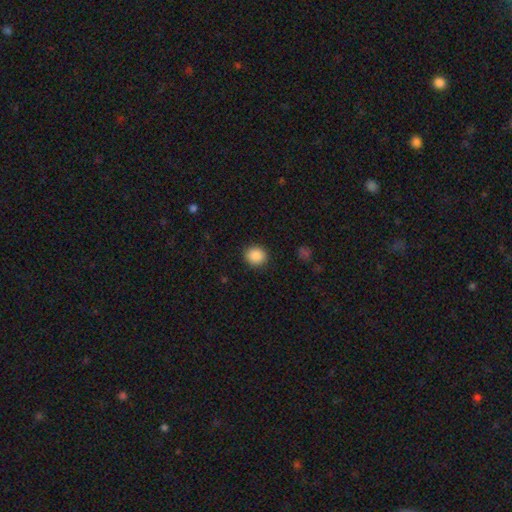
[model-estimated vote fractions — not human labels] A smooth galaxy with no disk features (88%) that is round (86%).

Vote fractions:
- Smooth or featured? smooth: 88% / star or artifact: 9% / featured or disk: 3%
- How rounded? round: 86% / in between: 13% / cigar-shaped: 1%
- Merging? none: 91% / minor disturbance: 6% / major disturbance: 2% / merger: 1%